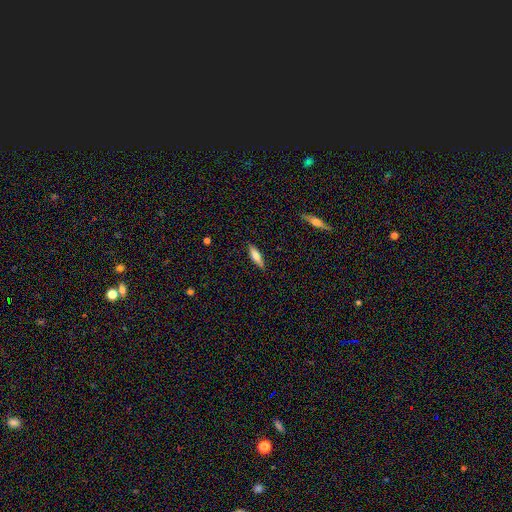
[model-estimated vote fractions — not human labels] Morphology: type=smooth (67%); roundness=cigar-shaped (58%); merging=none (87%).